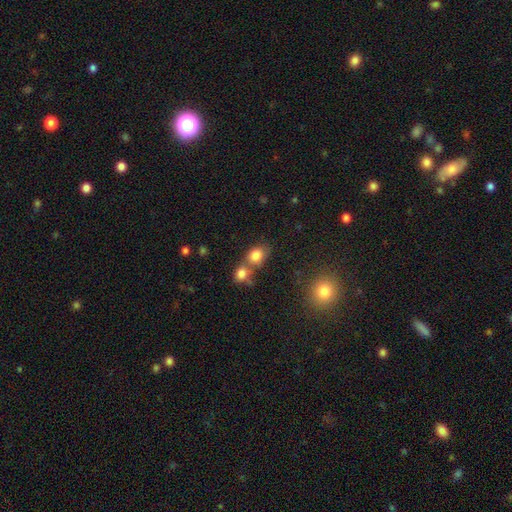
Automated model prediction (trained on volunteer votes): Overall: smooth (81%). How rounded: round (57%; in between 41%). Merging: merger (44%; none 43%).